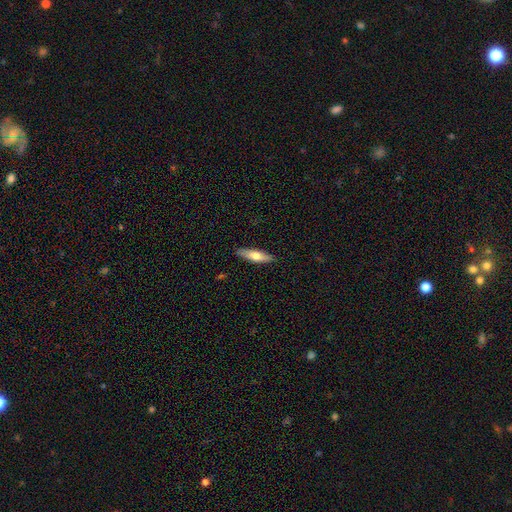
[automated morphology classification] The model was most divided on "smooth or featured": smooth: 63%, featured or disk: 32%, star or artifact: 6%. More confident: merging — none (89%); how rounded — cigar-shaped (66%).